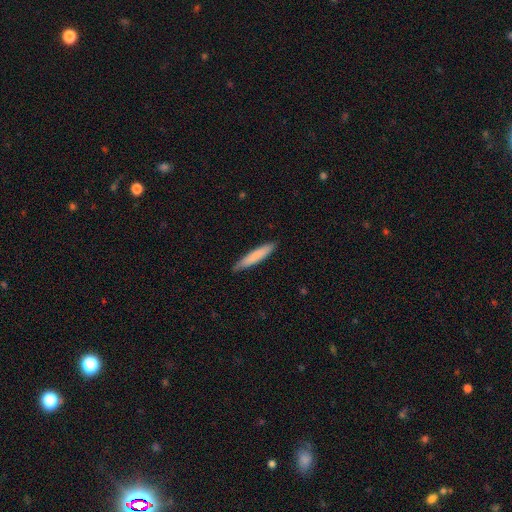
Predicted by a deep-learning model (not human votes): The model was most divided on "smooth or featured": smooth: 79%, featured or disk: 16%, star or artifact: 5%. More confident: how rounded — cigar-shaped (90%); merging — none (87%).